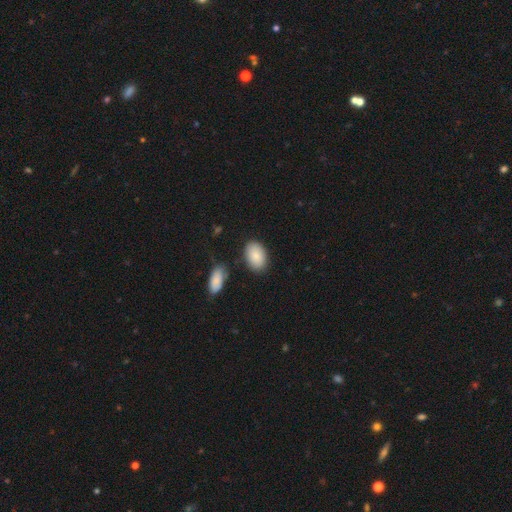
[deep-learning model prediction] Q: Smooth or featured?
A: smooth (88%); runner-up: star or artifact (6%)
Q: How rounded?
A: in between (91%); runner-up: round (8%)
Q: Merging?
A: none (82%); runner-up: minor disturbance (12%)